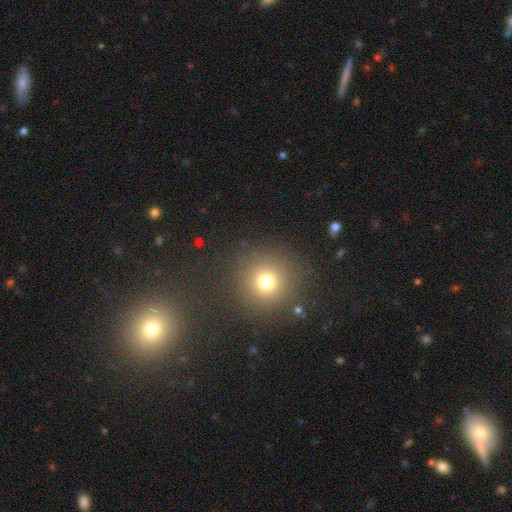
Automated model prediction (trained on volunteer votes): Morphology: type=smooth (53%); roundness=round (93%); merging=none (87%).